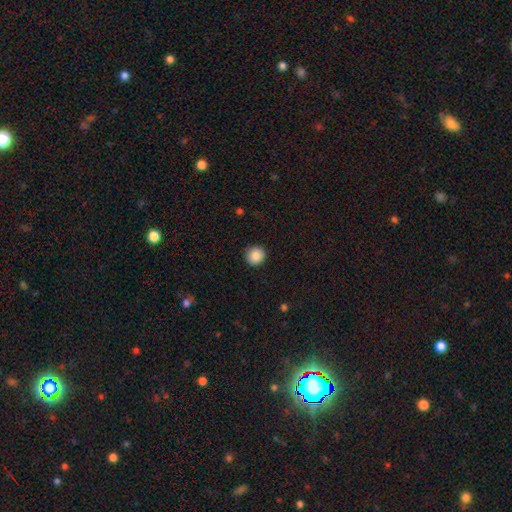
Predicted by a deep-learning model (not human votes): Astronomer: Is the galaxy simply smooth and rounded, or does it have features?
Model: smooth — 88%.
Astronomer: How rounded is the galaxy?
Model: round — 92%.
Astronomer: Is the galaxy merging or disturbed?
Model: none — 91%.